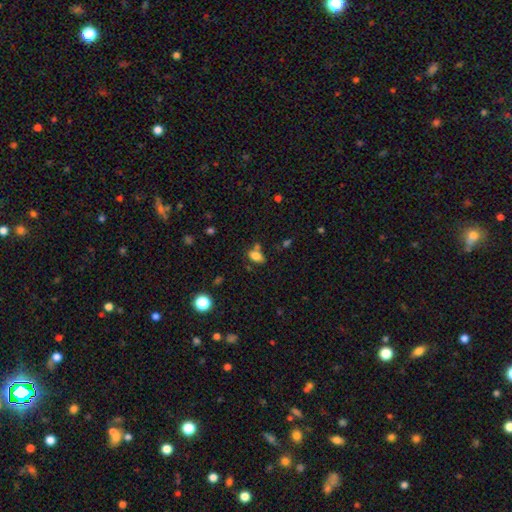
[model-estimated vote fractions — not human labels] A smooth galaxy with no disk features (80%) that is in between round and cigar-shaped (87%).

Vote fractions:
- Smooth or featured? smooth: 80% / star or artifact: 11% / featured or disk: 8%
- How rounded? in between: 87% / round: 9% / cigar-shaped: 4%
- Merging? none: 60% / merger: 20% / minor disturbance: 15% / major disturbance: 5%